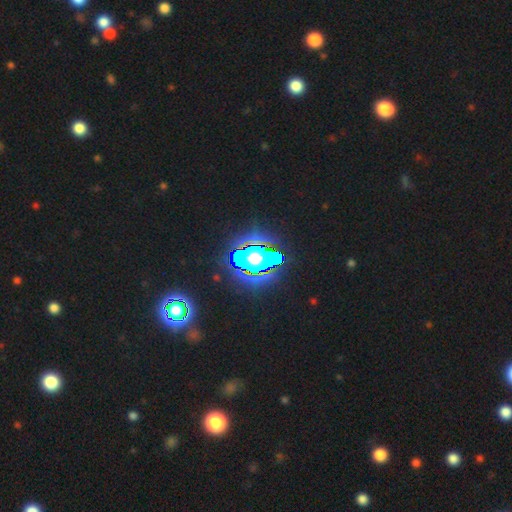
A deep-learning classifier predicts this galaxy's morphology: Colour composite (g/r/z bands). It shows a star or artifact, not a galaxy (66%).